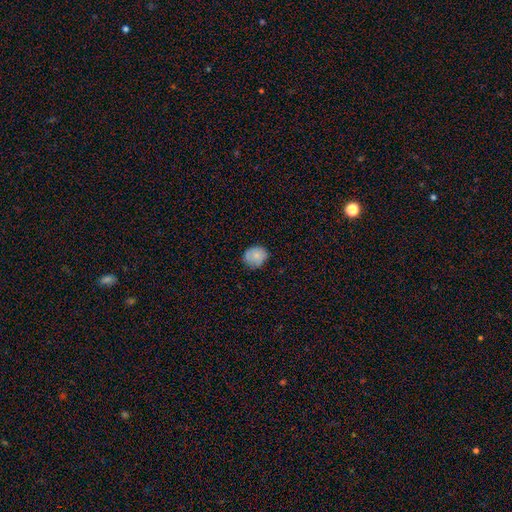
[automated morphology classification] This appears to be a smooth galaxy with no disk features (80%) that is round (66%). Merging: none (76%).